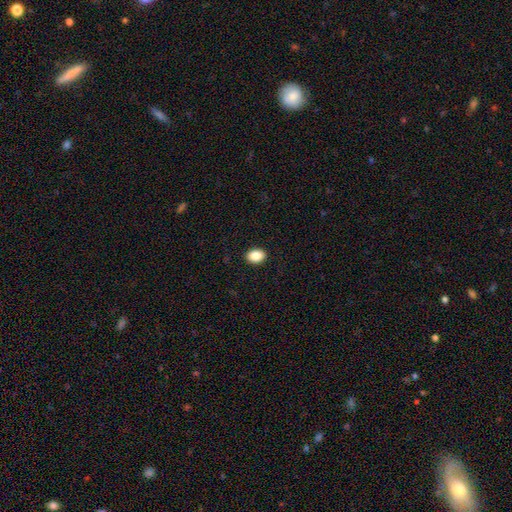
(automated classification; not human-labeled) A smooth galaxy with no disk features (88%) that is in between round and cigar-shaped (72%). Merging: none (90%).